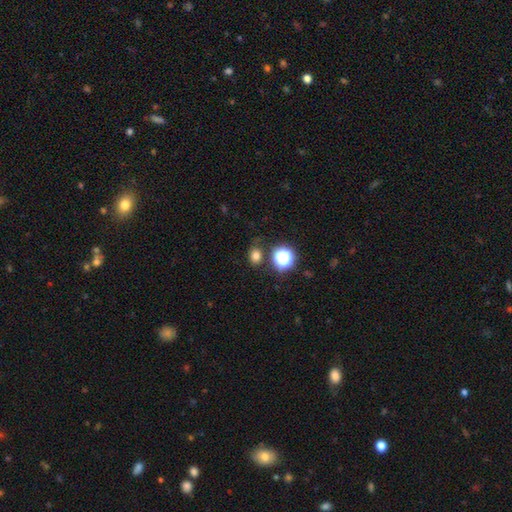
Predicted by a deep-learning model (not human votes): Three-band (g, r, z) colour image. It shows a smooth galaxy with no disk features (74%) that is round (54%). Merging: none (76%).